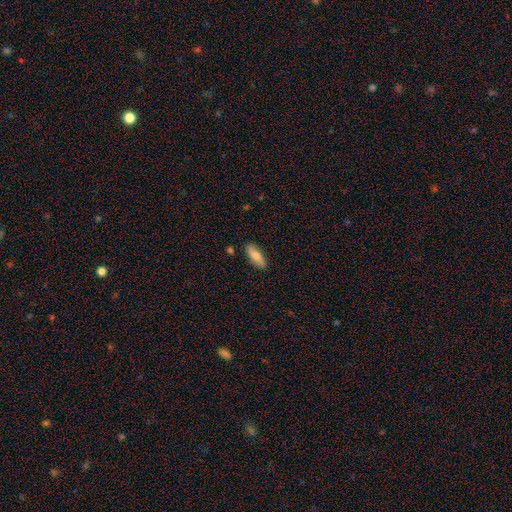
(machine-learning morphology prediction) smooth_or_featured: smooth (p=0.77) [alt: featured or disk p=0.17]
how_rounded: in between (p=0.68) [alt: cigar-shaped p=0.30]
merging: none (p=0.85) [alt: minor disturbance p=0.11]